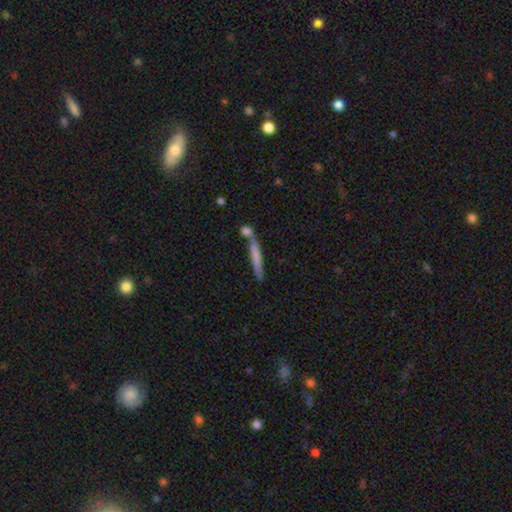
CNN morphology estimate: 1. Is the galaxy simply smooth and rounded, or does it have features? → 63% smooth, 29% featured or disk, 7% star or artifact.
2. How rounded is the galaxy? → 94% cigar-shaped, 4% in between, 2% round.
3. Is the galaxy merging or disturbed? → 61% none, 22% merger, 12% minor disturbance, 4% major disturbance.